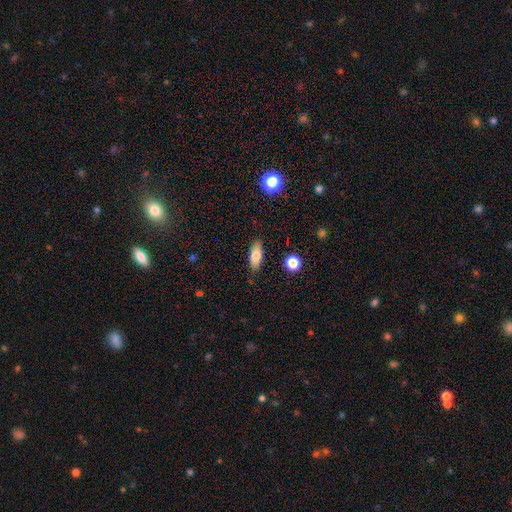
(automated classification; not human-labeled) A smooth galaxy with no disk features (78%) that is in between round and cigar-shaped (76%). Merging: none (86%).